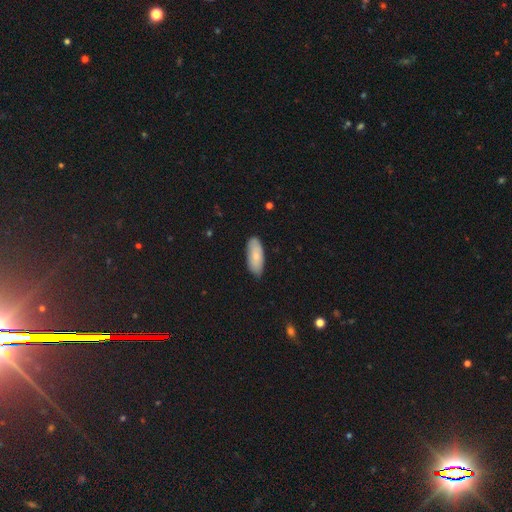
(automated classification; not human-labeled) This is likely a smooth galaxy (77%). How rounded: clearly in between (83%). Merging: clearly none (81%).